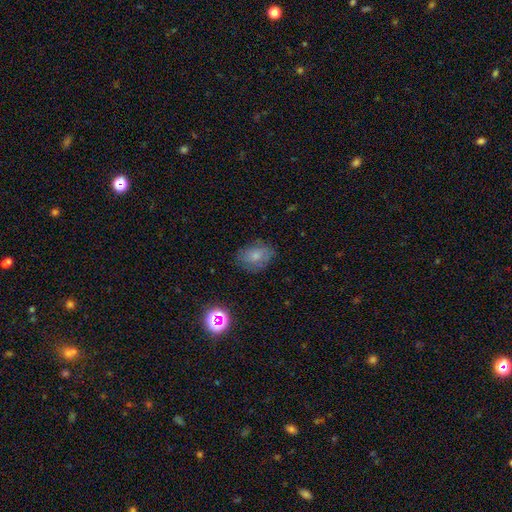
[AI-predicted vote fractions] Smooth or featured? smooth (70%)
How rounded? in between (74%)
Merging? none (73%)